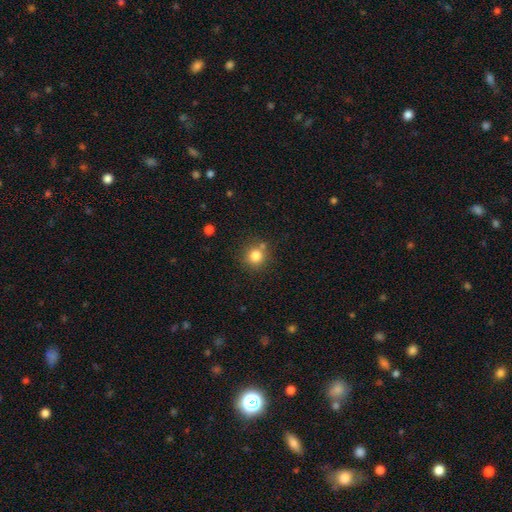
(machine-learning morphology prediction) type=smooth (81%); roundness=round (91%); merging=none (75%).